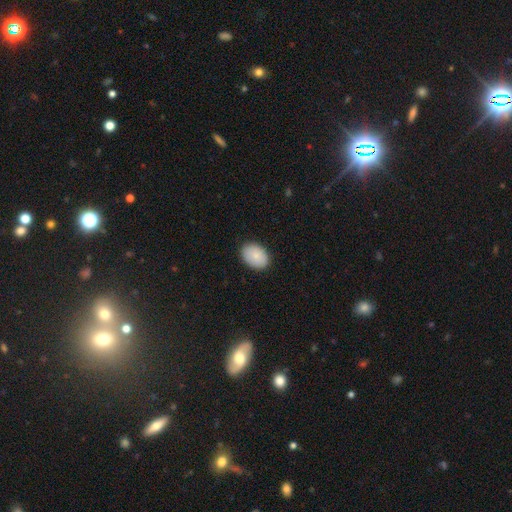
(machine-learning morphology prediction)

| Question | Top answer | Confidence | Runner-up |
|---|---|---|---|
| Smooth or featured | smooth | 87% | featured or disk (6%) |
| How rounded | in between | 80% | round (19%) |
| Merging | none | 88% | minor disturbance (9%) |